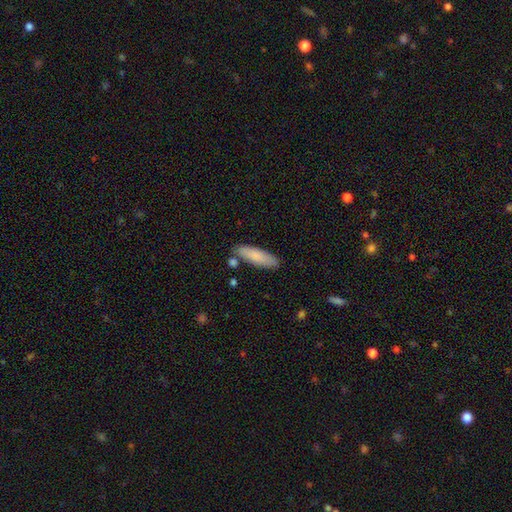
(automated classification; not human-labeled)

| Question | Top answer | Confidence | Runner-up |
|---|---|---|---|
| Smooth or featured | smooth | 82% | featured or disk (12%) |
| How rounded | cigar-shaped | 56% | in between (42%) |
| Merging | none | 80% | minor disturbance (12%) |